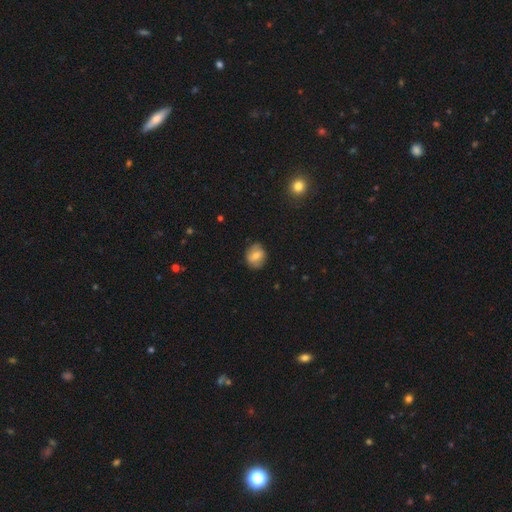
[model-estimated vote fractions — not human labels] smooth-or-featured: smooth: 68% | featured or disk: 23% | star or artifact: 9%
  how-rounded: round: 67% | in between: 32% | cigar-shaped: 1%
  merging: none: 82% | minor disturbance: 14% | major disturbance: 3% | merger: 1%